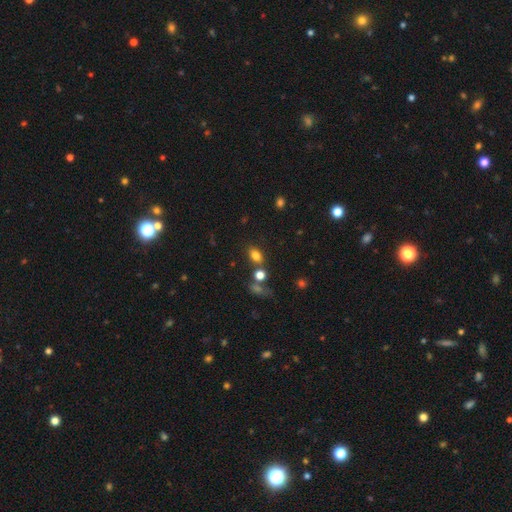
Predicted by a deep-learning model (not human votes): Smooth or featured?
  - smooth: 79% *
  - star or artifact: 13%
  - featured or disk: 8%
How rounded?
  - in between: 78% *
  - round: 19%
  - cigar-shaped: 3%
Merging?
  - none: 68% *
  - merger: 14%
  - minor disturbance: 12%
  - major disturbance: 5%